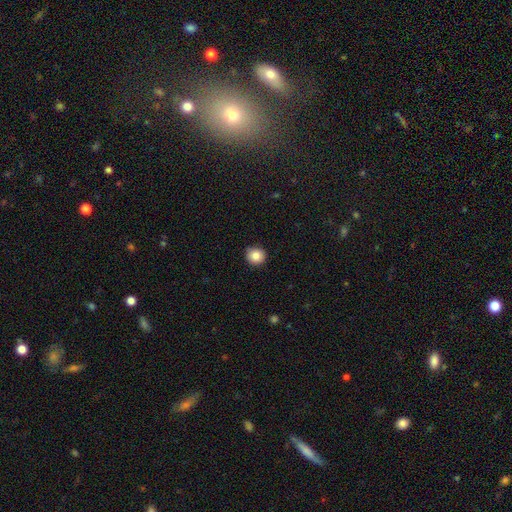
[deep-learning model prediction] This appears to be a smooth galaxy with no disk features (84%) that is round (93%). Merging: none (90%).